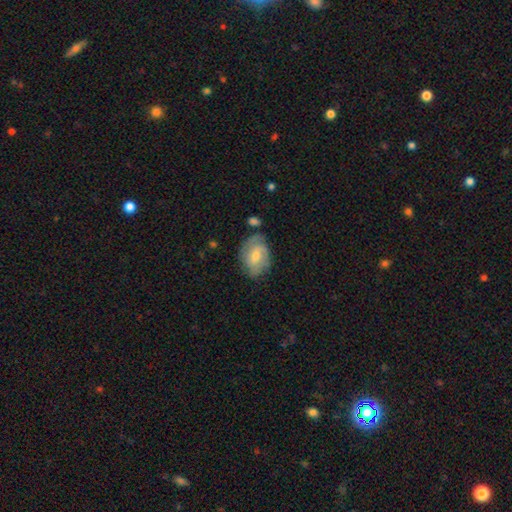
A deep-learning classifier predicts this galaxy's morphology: This is possibly a featured or disk galaxy (49%). Merging: likely none (60%).